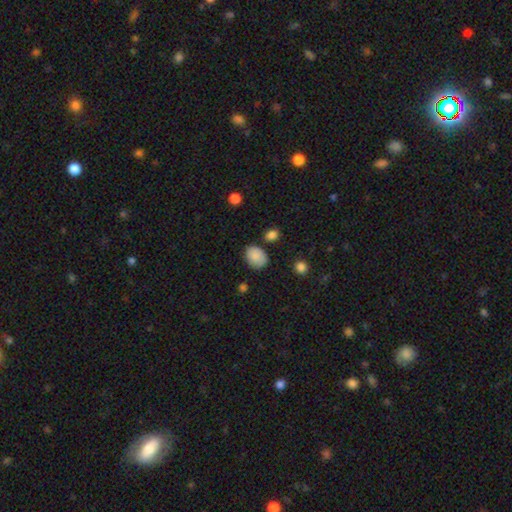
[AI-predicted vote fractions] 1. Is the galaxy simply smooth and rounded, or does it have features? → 86% smooth, 8% star or artifact, 6% featured or disk.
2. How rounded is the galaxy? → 68% in between, 31% round, 1% cigar-shaped.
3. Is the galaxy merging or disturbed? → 72% none, 20% minor disturbance, 4% major disturbance, 4% merger.